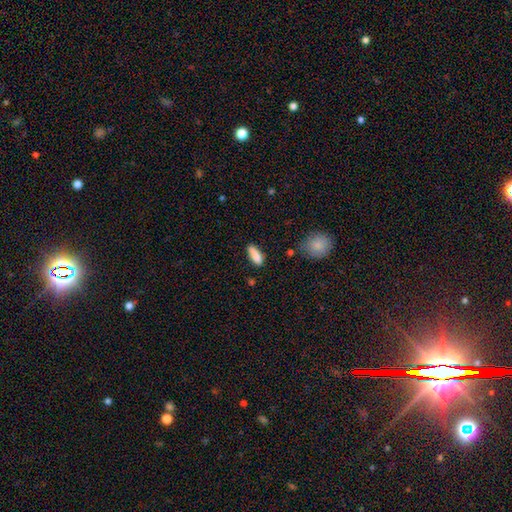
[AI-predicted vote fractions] smooth_or_featured: smooth (p=0.86) [alt: featured or disk p=0.07]
how_rounded: in between (p=0.54) [alt: cigar-shaped p=0.43]
merging: none (p=0.77) [alt: minor disturbance p=0.16]